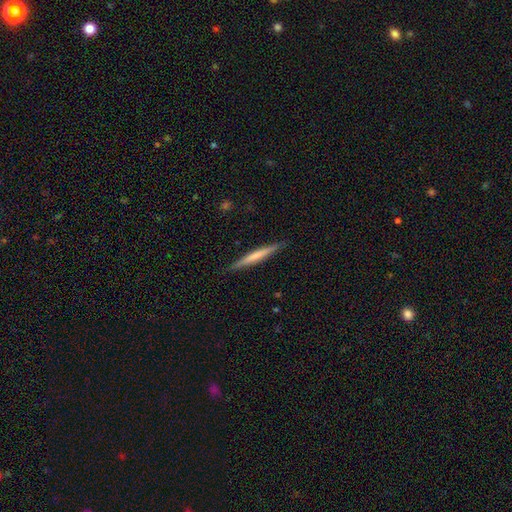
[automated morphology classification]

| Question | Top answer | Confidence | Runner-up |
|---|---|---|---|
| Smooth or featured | smooth | 52% | featured or disk (42%) |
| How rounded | cigar-shaped | 96% | in between (3%) |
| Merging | none | 90% | minor disturbance (8%) |